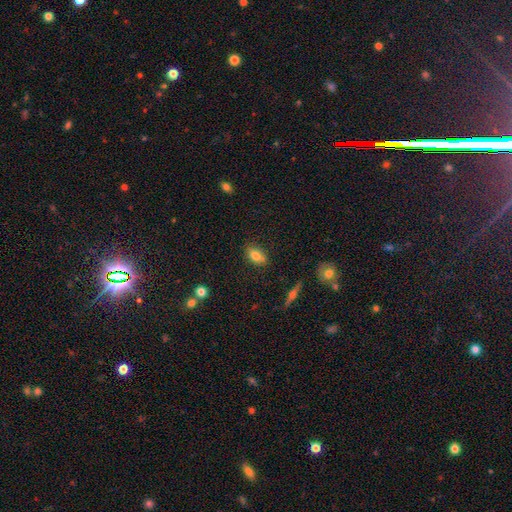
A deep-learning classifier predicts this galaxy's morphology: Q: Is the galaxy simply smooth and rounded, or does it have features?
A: smooth — 79%.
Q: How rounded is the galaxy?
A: in between — 84%.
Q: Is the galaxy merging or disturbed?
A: none — 78%.